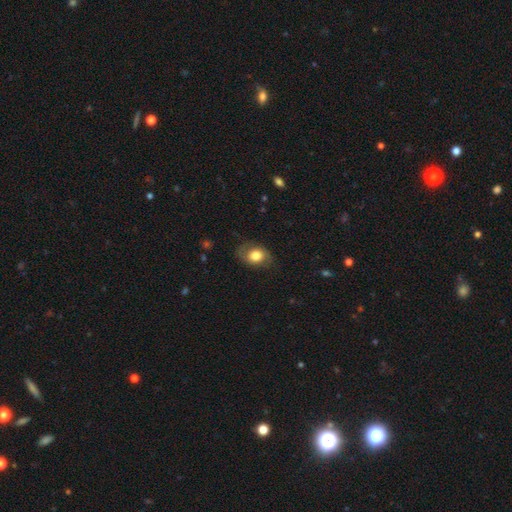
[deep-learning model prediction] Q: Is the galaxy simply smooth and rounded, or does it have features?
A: smooth — 72%.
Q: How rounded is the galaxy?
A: in between — 69%.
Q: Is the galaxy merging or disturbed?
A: none — 71%.